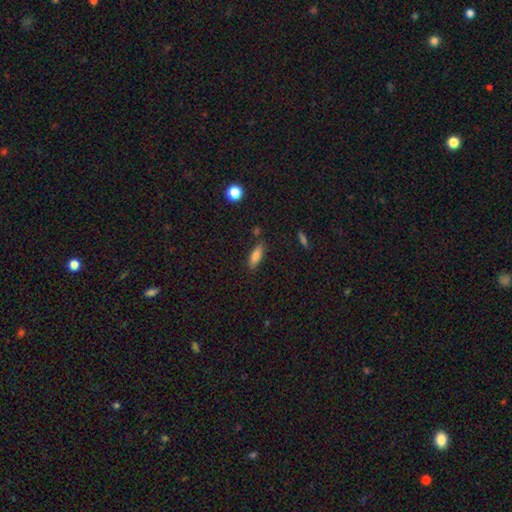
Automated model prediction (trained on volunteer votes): Smooth or featured? smooth (80%)
How rounded? in between (62%)
Merging? none (79%)